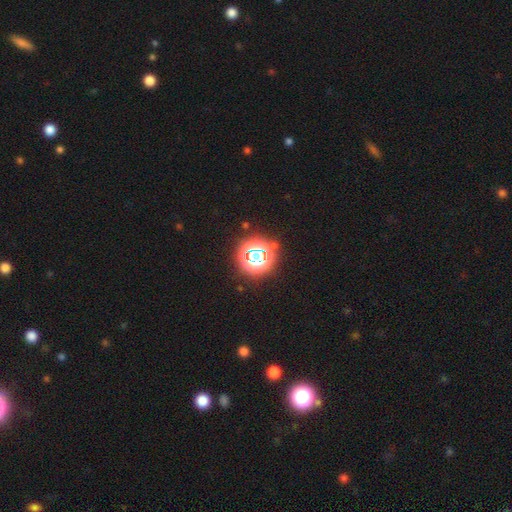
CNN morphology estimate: star or artifact 63%, smooth 25%, featured or disk 12%.